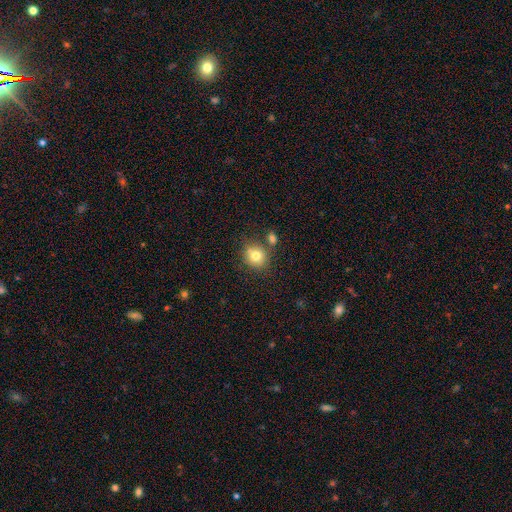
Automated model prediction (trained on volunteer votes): smooth_or_featured: smooth (p=0.78) [alt: star or artifact p=0.12]
how_rounded: round (p=0.84) [alt: in between p=0.15]
merging: none (p=0.69) [alt: merger p=0.16]